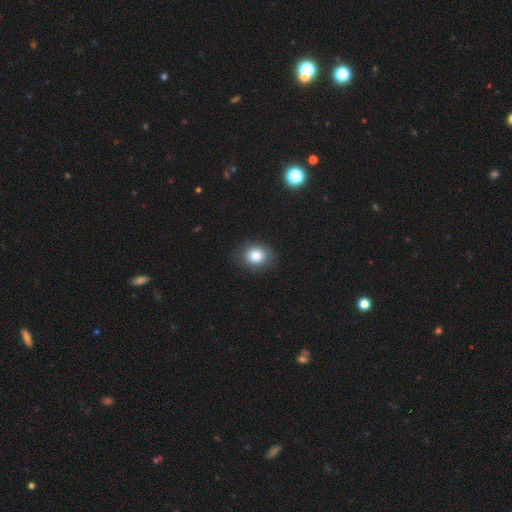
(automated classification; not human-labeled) Smooth or featured: smooth — 84% (star or artifact — 9%)
How rounded: round — 53% (in between — 46%)
Merging: none — 82% (minor disturbance — 13%)